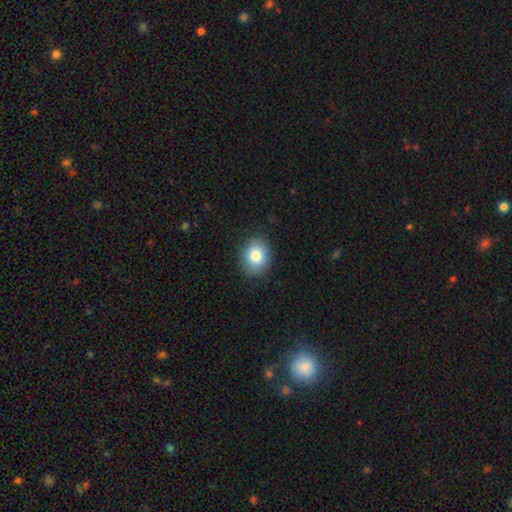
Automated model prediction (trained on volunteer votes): Q: Smooth or featured?
A: smooth (83%); runner-up: star or artifact (9%)
Q: How rounded?
A: in between (51%); runner-up: round (48%)
Q: Merging?
A: none (87%); runner-up: minor disturbance (9%)